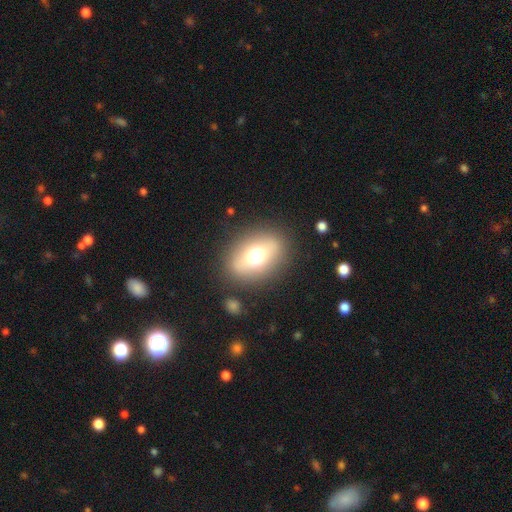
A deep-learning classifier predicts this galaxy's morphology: smooth-or-featured: smooth: 62% | featured or disk: 27% | star or artifact: 11%
  how-rounded: in between: 71% | round: 26% | cigar-shaped: 2%
  merging: none: 84% | minor disturbance: 9% | major disturbance: 4% | merger: 2%